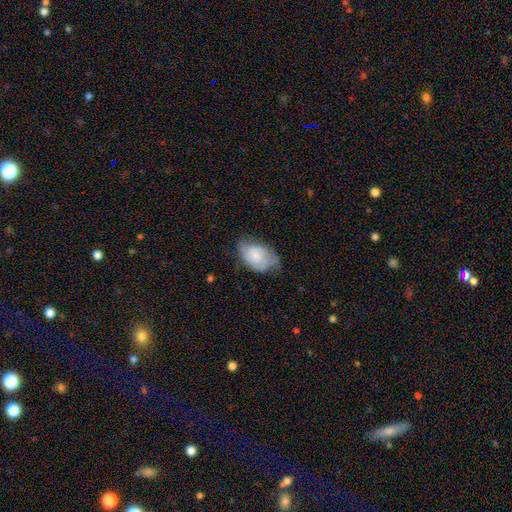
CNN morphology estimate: Smooth or featured: smooth — 54% (featured or disk — 38%)
How rounded: in between — 88% (round — 10%)
Merging: none — 47% (minor disturbance — 37%)